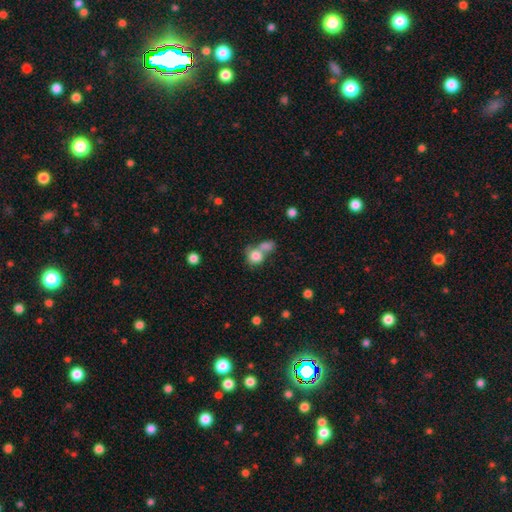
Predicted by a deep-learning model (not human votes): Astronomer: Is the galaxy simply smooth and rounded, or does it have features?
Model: smooth — 81%.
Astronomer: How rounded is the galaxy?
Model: round — 75%.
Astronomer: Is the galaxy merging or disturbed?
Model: merger — 51% (runner-up: none, 34%).